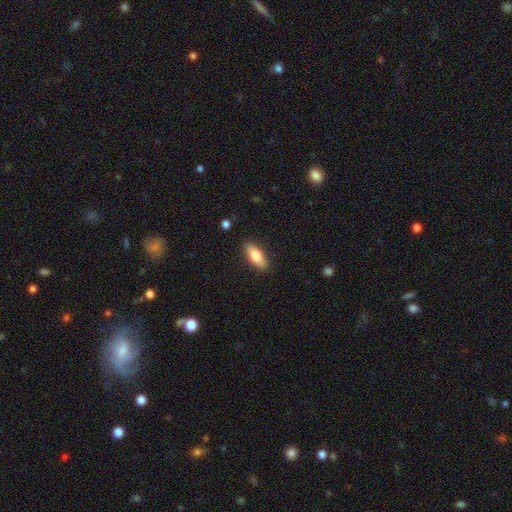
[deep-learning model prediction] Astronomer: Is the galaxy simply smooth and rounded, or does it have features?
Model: smooth — 80%.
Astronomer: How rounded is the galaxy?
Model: in between — 75%.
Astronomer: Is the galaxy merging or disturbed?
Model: none — 87%.